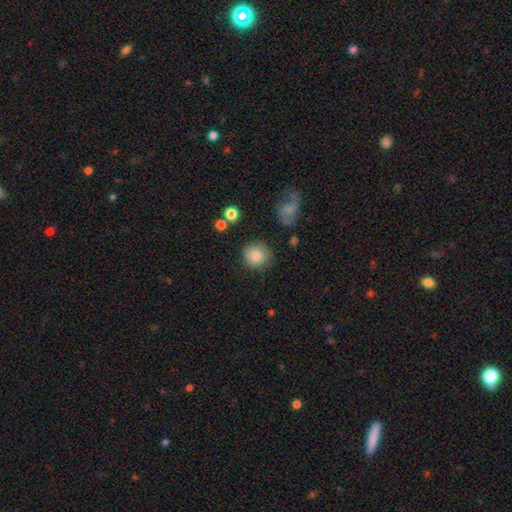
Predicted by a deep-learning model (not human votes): A smooth galaxy with no disk features (85%) that is round (91%). Merging: none (80%).